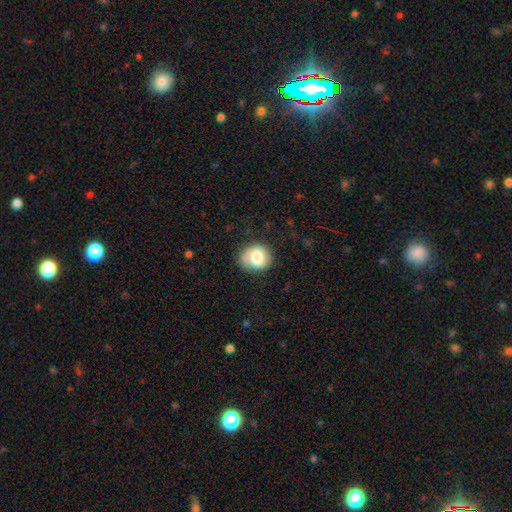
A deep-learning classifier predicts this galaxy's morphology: Smooth or featured? smooth (74%)
How rounded? round (68%)
Merging? none (71%)